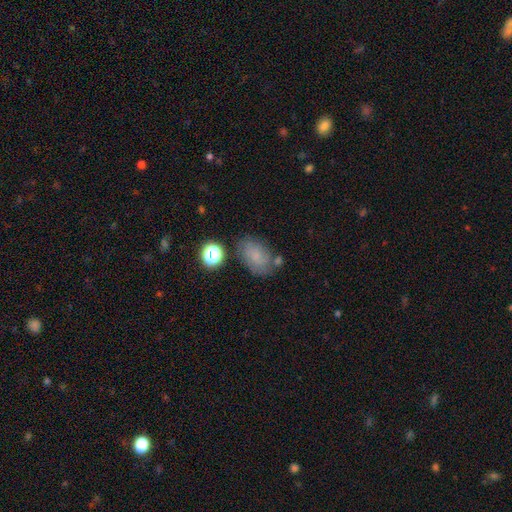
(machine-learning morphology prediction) smooth 65%, featured or disk 20%, star or artifact 15%. Down the decision tree: how rounded — in between (83%); merging — none (62%).